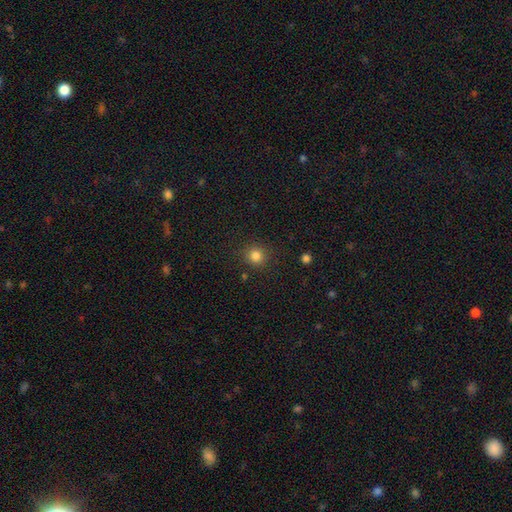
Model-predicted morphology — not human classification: smooth_or_featured: smooth (p=0.83) [alt: star or artifact p=0.13]
how_rounded: round (p=0.92) [alt: in between p=0.07]
merging: none (p=0.88) [alt: minor disturbance p=0.08]